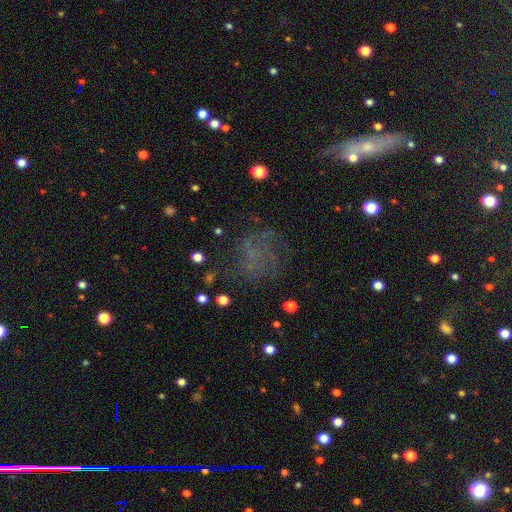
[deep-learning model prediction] smooth 37%, featured or disk 35%, star or artifact 28%. Down the decision tree: merging — none (55%).